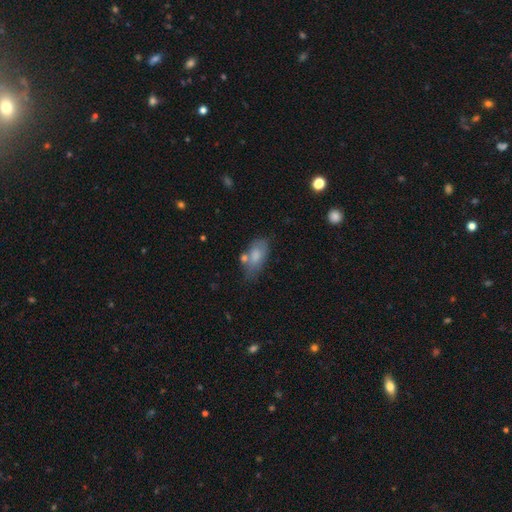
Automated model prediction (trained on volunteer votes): Smooth or featured?
  - smooth: 73% *
  - featured or disk: 20%
  - star or artifact: 8%
How rounded?
  - in between: 90% *
  - cigar-shaped: 5%
  - round: 5%
Merging?
  - none: 46% *
  - minor disturbance: 27%
  - merger: 17%
  - major disturbance: 11%